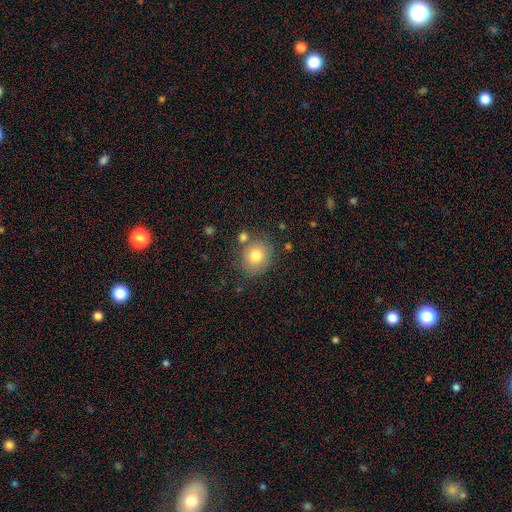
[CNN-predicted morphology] The model was most divided on "how rounded": round: 73%, in between: 26%, cigar-shaped: 1%. More confident: smooth or featured — smooth (79%); merging — none (76%).